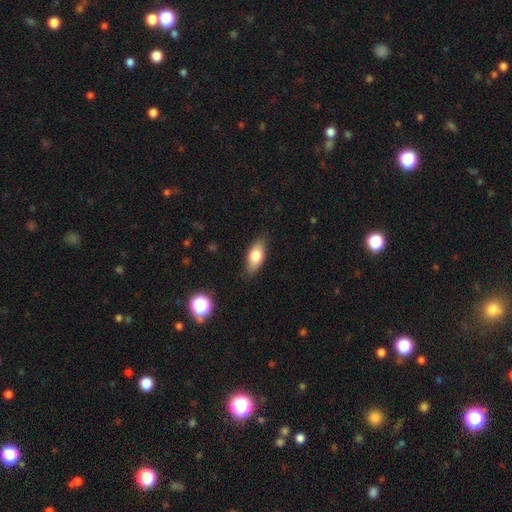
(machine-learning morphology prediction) Smooth or featured: smooth — 75% (featured or disk — 18%)
How rounded: in between — 82% (cigar-shaped — 14%)
Merging: none — 83% (minor disturbance — 13%)